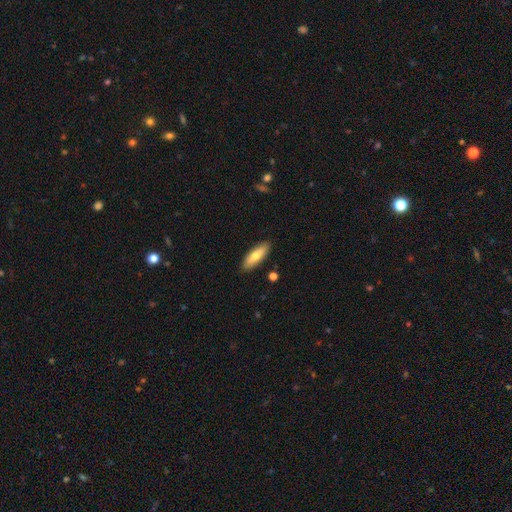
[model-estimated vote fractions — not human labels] This appears to be a smooth galaxy with no disk features (69%) that is in between round and cigar-shaped (52%). Merging: none (88%).